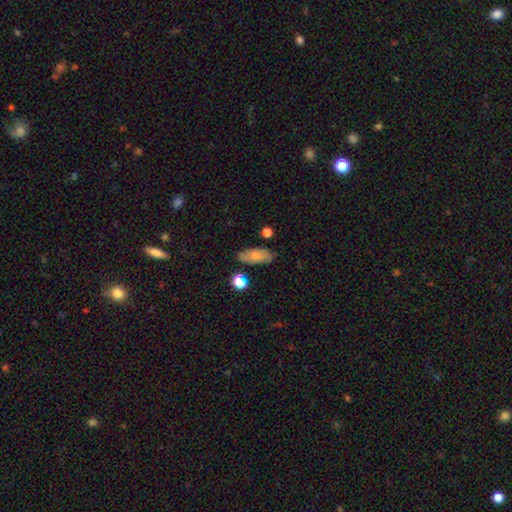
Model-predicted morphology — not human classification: This appears to be a smooth galaxy with no disk features (73%) that is in between round and cigar-shaped (85%). Merging: none (73%).